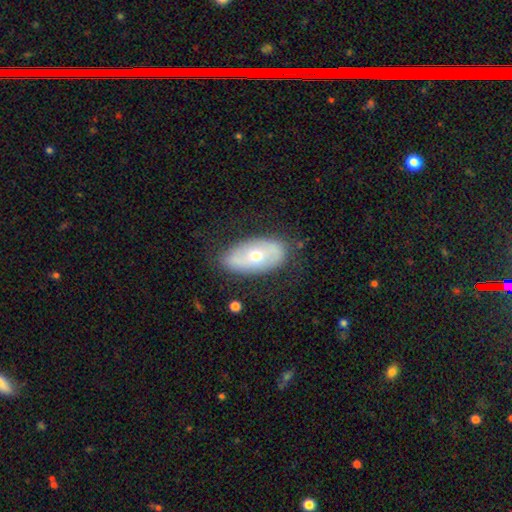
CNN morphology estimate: Q: Smooth or featured?
A: featured or disk (49%); runner-up: smooth (44%)
Q: Merging?
A: none (77%); runner-up: minor disturbance (16%)